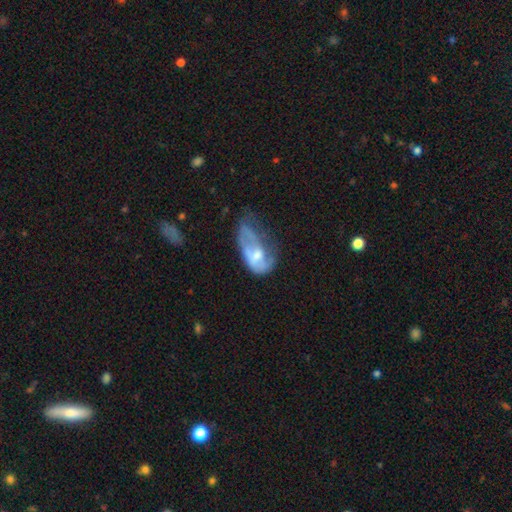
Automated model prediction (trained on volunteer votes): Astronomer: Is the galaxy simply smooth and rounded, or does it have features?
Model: featured or disk — 52% (runner-up: smooth, 40%).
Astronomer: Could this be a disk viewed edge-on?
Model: no — 95%.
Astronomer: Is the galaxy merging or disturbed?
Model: major disturbance — 50%.